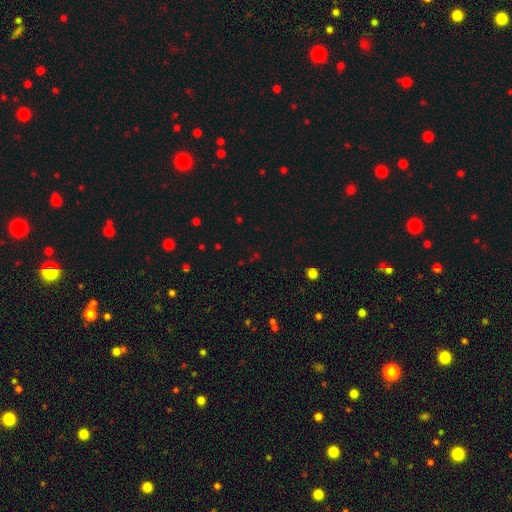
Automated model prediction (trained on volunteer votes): smooth_or_featured: star or artifact (p=0.63) [alt: smooth p=0.29]